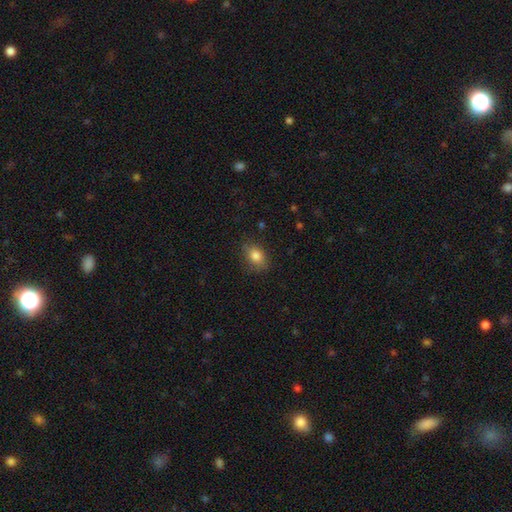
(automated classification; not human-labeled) Smooth or featured?
  - smooth: 83% *
  - star or artifact: 9%
  - featured or disk: 8%
How rounded?
  - in between: 73% *
  - round: 25%
  - cigar-shaped: 2%
Merging?
  - none: 78% *
  - minor disturbance: 17%
  - major disturbance: 4%
  - merger: 1%